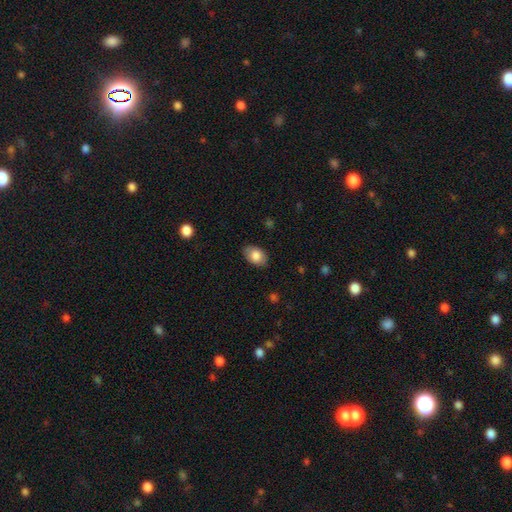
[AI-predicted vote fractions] This appears to be a smooth galaxy with no disk features (82%) that is in between round and cigar-shaped (86%). Merging: none (83%).